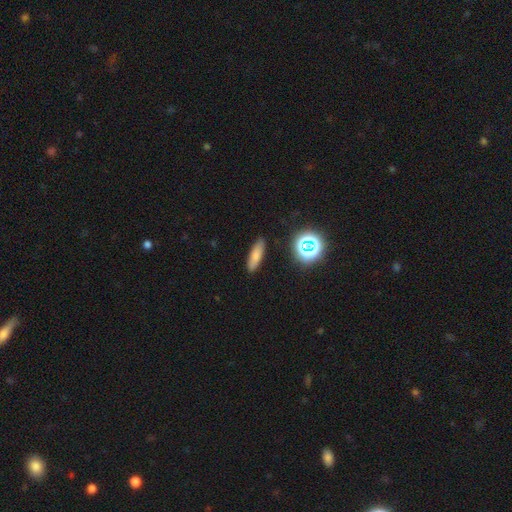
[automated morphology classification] smooth_or_featured: smooth (p=0.74) [alt: star or artifact p=0.13]
how_rounded: cigar-shaped (p=0.59) [alt: in between p=0.37]
merging: none (p=0.87) [alt: minor disturbance p=0.09]